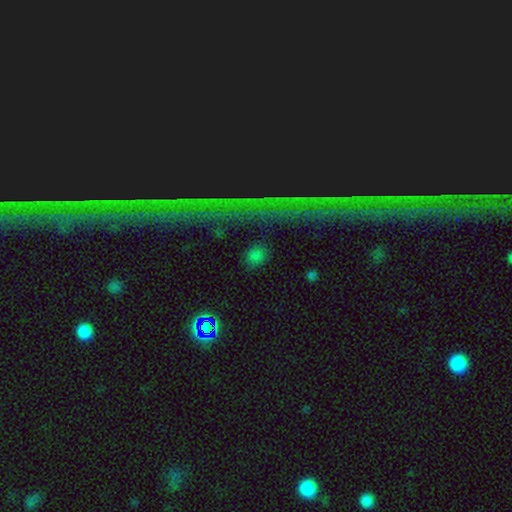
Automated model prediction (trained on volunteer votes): Smooth or featured? Predicted: smooth (p=0.70). How rounded? Predicted: round (p=0.80). Merging? Predicted: none (p=0.84).